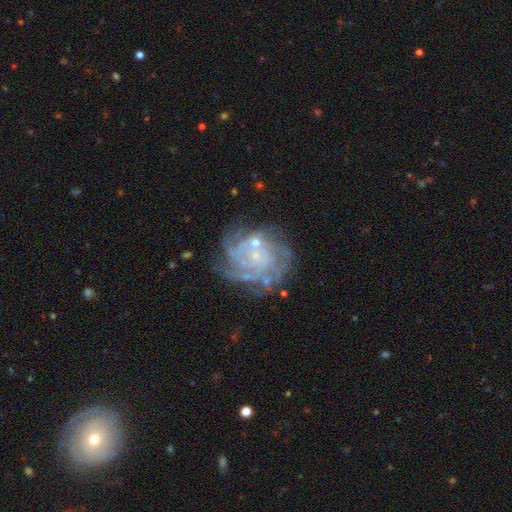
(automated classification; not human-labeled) The model was most divided on "spiral arm count": can't tell: 34%, 4: 23%, more than 4: 16%, 3: 12%, 2: 8%, 1: 7%. More confident: edge-on disk — no (98%); spiral arms — yes (92%); smooth or featured — featured or disk (80%); bar — no (73%); bulge size — small (73%); spiral winding — tight (67%); merging — none (65%).